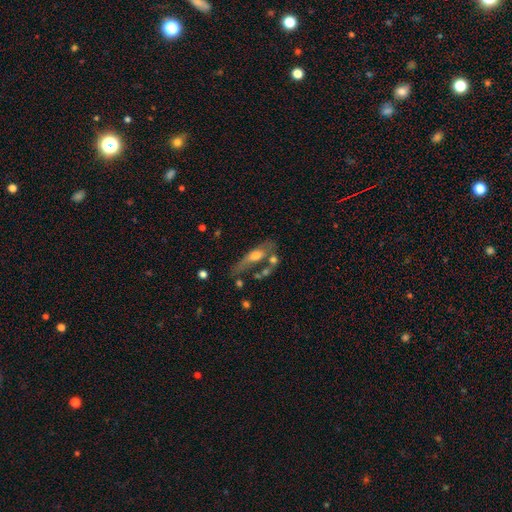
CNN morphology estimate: Smooth or featured?
  - smooth: 50% *
  - featured or disk: 42%
  - star or artifact: 8%
Merging?
  - none: 39% *
  - merger: 25%
  - minor disturbance: 20%
  - major disturbance: 16%